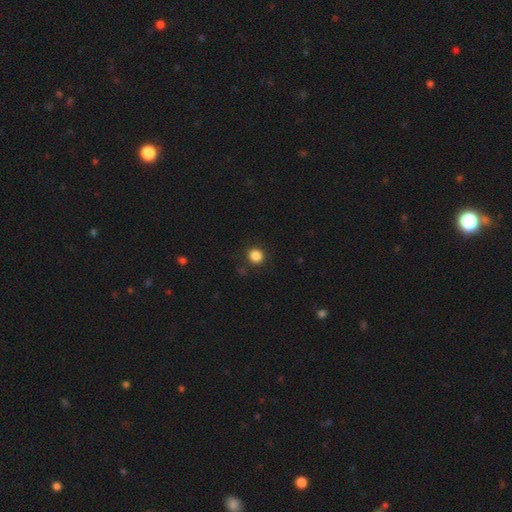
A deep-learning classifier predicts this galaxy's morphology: A smooth galaxy with no disk features (86%) that is round (89%). Merging: none (89%).